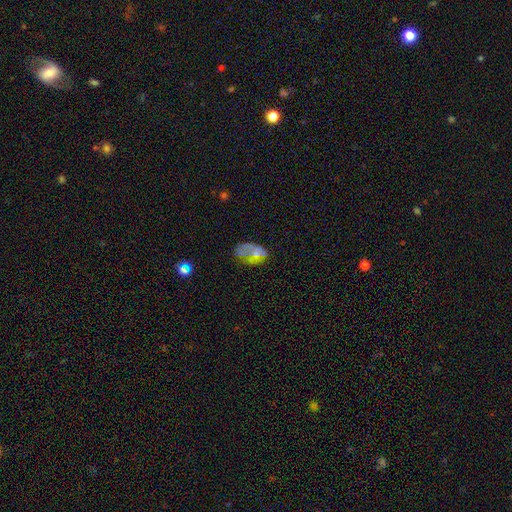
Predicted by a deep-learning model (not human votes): A featured or disk galaxy (48%).

Vote fractions:
- Smooth or featured? featured or disk: 48% / smooth: 36% / star or artifact: 16%
- Merging? none: 40% / major disturbance: 28% / minor disturbance: 27% / merger: 5%